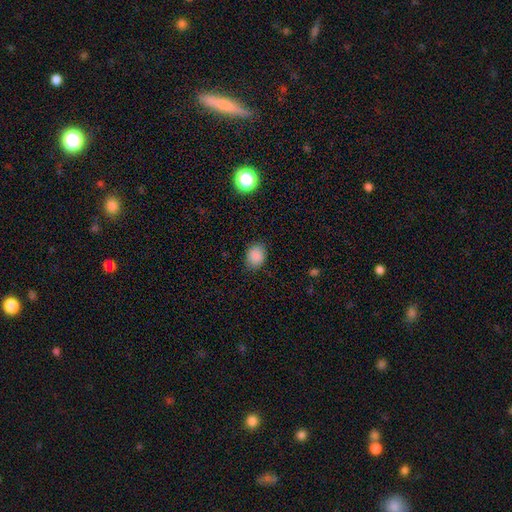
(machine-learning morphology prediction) The model was most divided on "how rounded": in between: 50%, round: 49%, cigar-shaped: 1%. More confident: smooth or featured — smooth (87%); merging — none (84%).